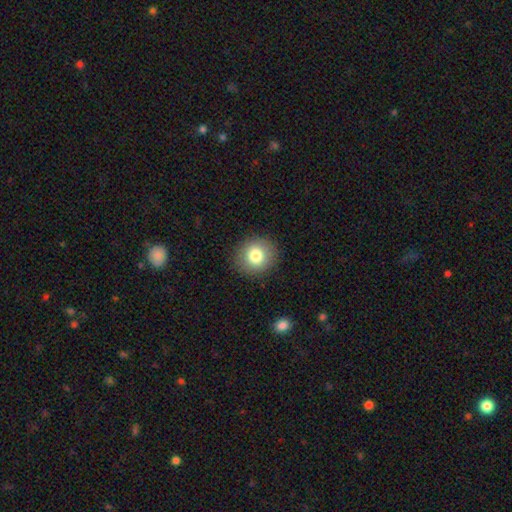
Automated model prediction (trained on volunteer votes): smooth-or-featured: smooth: 80% | featured or disk: 10% | star or artifact: 10%
  how-rounded: round: 86% | in between: 13% | cigar-shaped: 1%
  merging: none: 90% | minor disturbance: 6% | major disturbance: 2% | merger: 1%